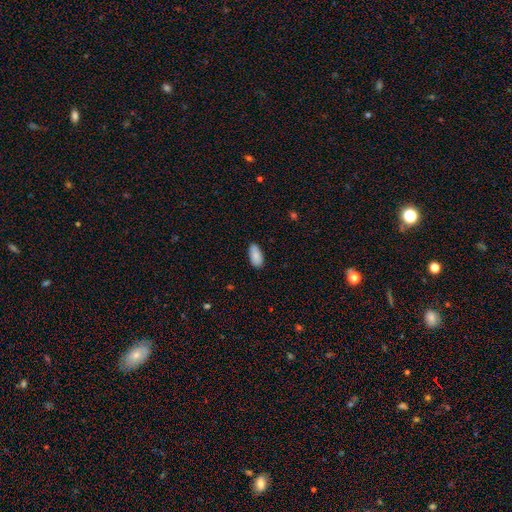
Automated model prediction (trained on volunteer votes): This appears to be a smooth galaxy with no disk features (87%) that is in between round and cigar-shaped (92%). Merging: none (78%).